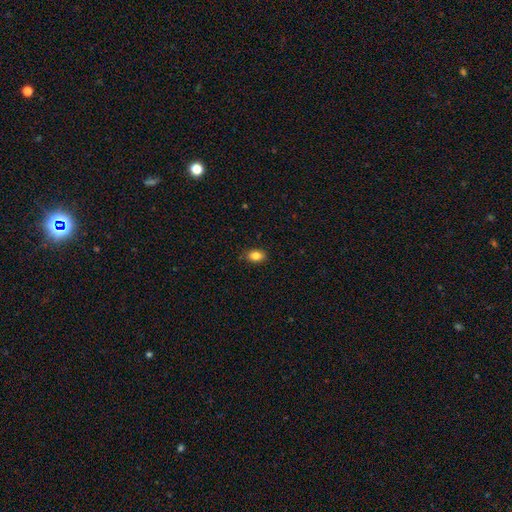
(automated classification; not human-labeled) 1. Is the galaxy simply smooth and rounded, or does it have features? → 85% smooth, 9% star or artifact, 6% featured or disk.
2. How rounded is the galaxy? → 82% in between, 16% round, 2% cigar-shaped.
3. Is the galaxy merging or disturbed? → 87% none, 9% minor disturbance, 2% major disturbance, 1% merger.